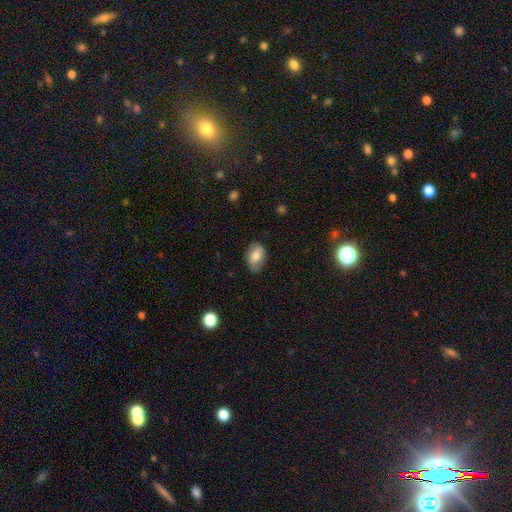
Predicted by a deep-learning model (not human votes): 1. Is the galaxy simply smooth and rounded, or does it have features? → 72% smooth, 21% featured or disk, 7% star or artifact.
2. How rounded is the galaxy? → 89% in between, 10% round, 1% cigar-shaped.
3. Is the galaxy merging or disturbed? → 78% none, 17% minor disturbance, 4% major disturbance, 1% merger.